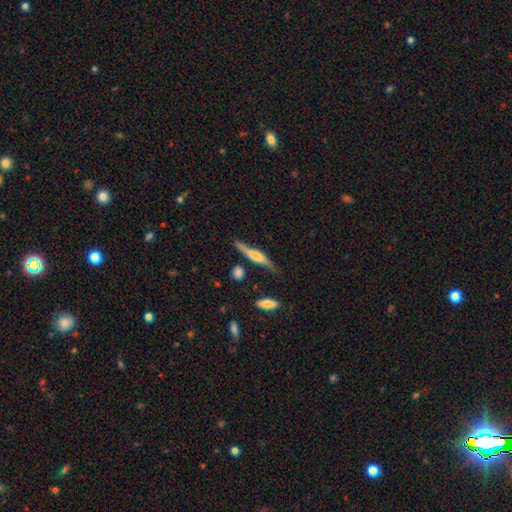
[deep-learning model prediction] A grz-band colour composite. It shows a featured or disk galaxy (59%) viewed edge-on (79%). Merging: none (66%).